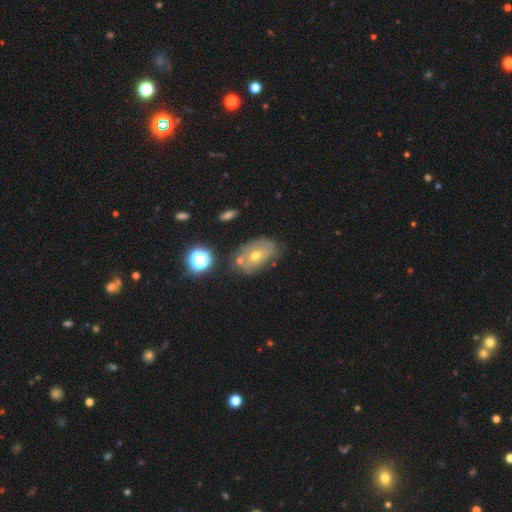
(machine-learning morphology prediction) Smooth or featured? featured or disk (44%)
Merging? none (60%)